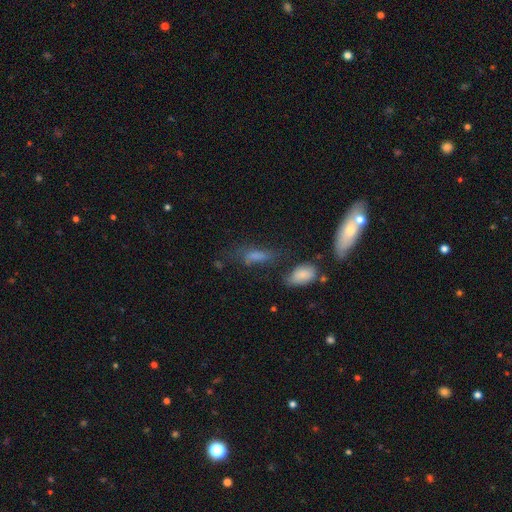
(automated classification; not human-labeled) The model was most divided on "how rounded": in between: 56%, cigar-shaped: 39%, round: 6%. More confident: smooth or featured — smooth (57%); merging — none (51%).